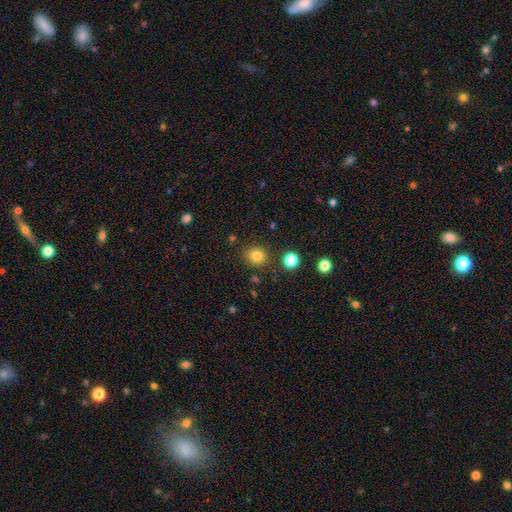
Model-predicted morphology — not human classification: This is clearly a smooth galaxy (82%). How rounded: likely round (77%). Merging: clearly none (84%).